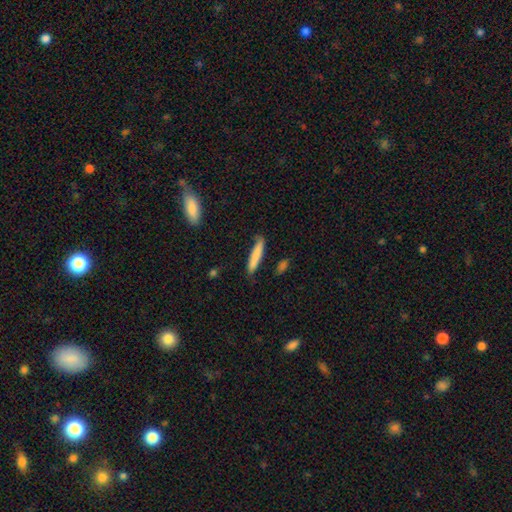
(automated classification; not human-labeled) Smooth or featured? smooth (81%)
How rounded? cigar-shaped (90%)
Merging? none (80%)